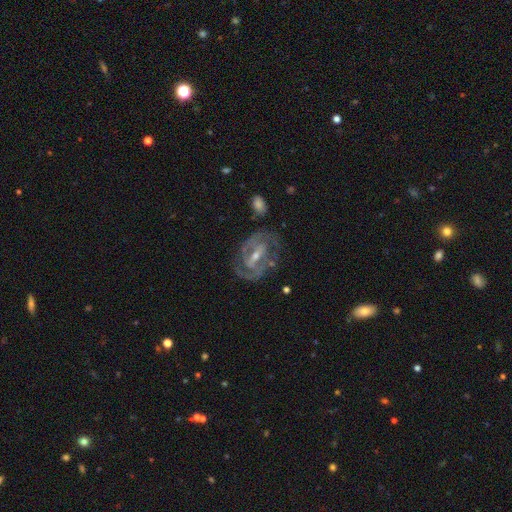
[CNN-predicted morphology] Overall: featured or disk (87%). Edge-on disk: no (96%). Bar: strong (44%; weak 40%). Spiral arms: yes (93%). Spiral arm count: 2 (65%). Spiral winding: tight (52%; medium 39%). Bulge size: small (54%; moderate 41%). Merging: none (71%).